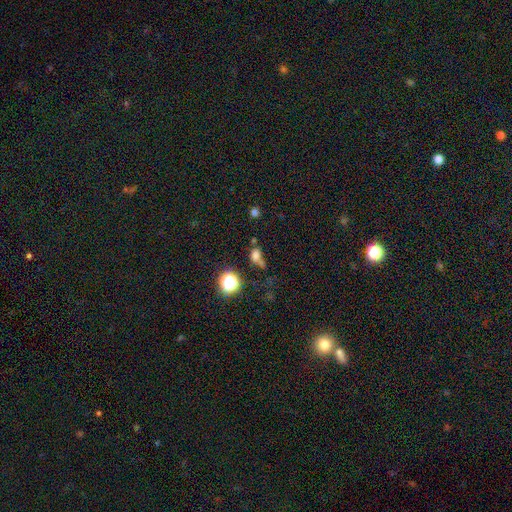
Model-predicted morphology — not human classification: Smooth or featured: smooth — 67% (star or artifact — 23%)
How rounded: in between — 49% (round — 48%)
Merging: none — 42% (merger — 29%)